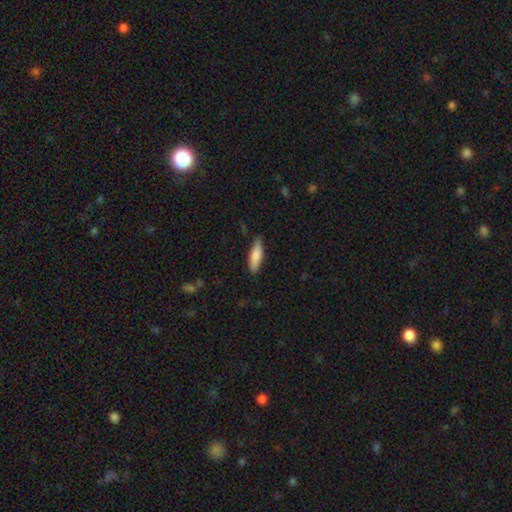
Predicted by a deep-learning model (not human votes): smooth 81%, featured or disk 14%, star or artifact 6%. Down the decision tree: how rounded — cigar-shaped (51%); merging — none (80%).